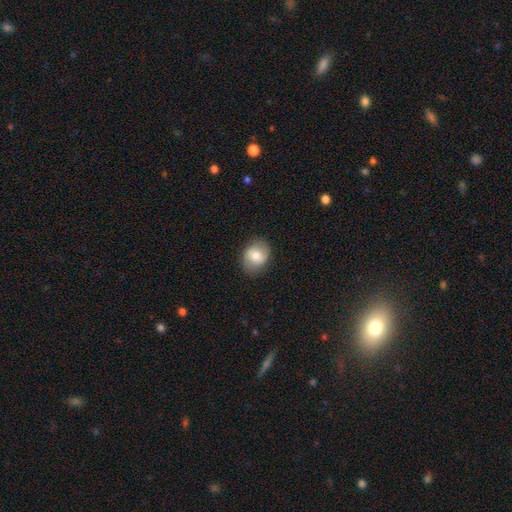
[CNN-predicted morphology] A smooth galaxy with no disk features (70%) that is in between round and cigar-shaped (51%). Merging: none (82%).